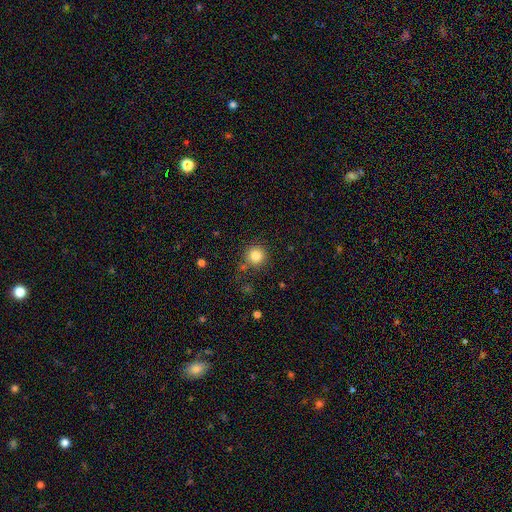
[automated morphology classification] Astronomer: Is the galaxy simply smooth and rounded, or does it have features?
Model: smooth — 83%.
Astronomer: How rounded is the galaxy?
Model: round — 94%.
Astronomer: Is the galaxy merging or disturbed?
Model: none — 82%.